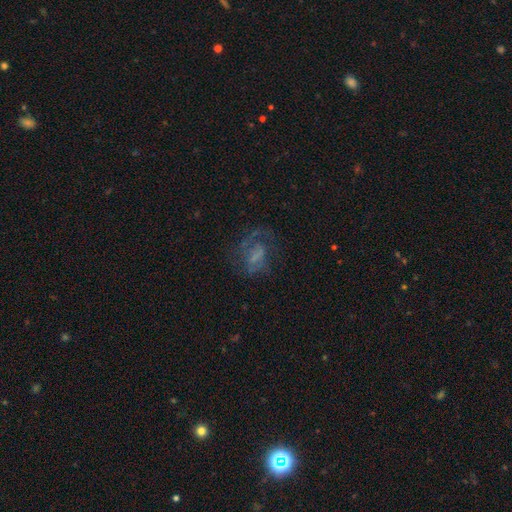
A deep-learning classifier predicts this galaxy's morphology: Overall: featured or disk (57%; smooth 29%). Edge-on disk: no (97%). Bar: no (46%; weak 38%). Spiral arms: yes (67%; no 33%). Bulge size: none (55%; small 21%). Merging: none (45%; major disturbance 34%).